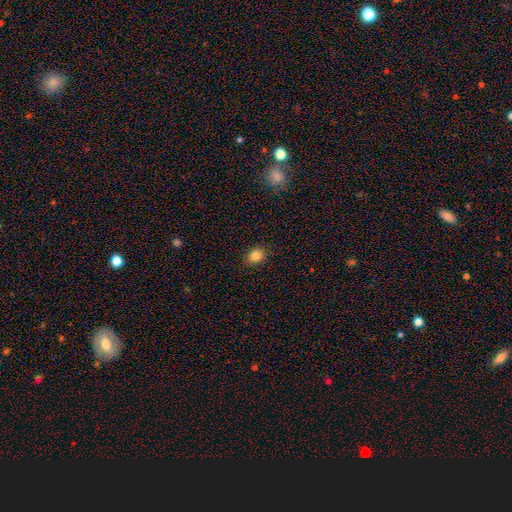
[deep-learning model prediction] A smooth galaxy with no disk features (84%) that is round (54%). Merging: none (84%).